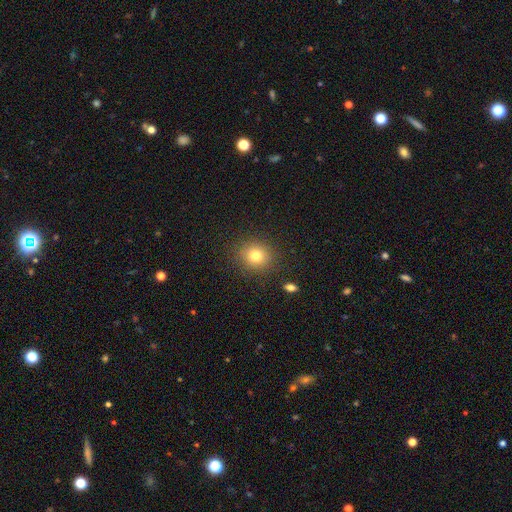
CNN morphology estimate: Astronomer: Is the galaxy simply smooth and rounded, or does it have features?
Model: smooth — 79%.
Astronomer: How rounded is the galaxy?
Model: round — 80%.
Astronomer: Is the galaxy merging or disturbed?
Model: none — 88%.